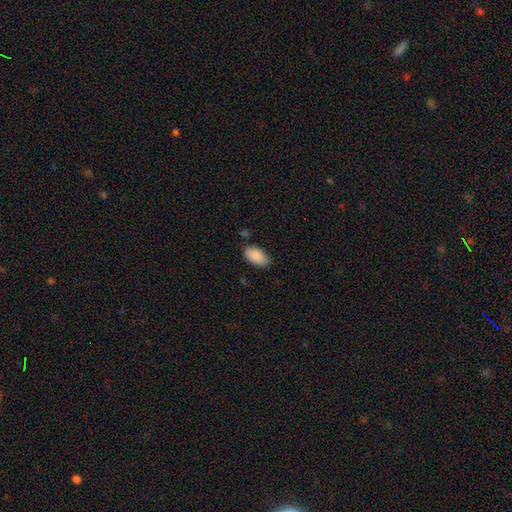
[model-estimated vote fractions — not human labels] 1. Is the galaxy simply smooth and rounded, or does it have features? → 89% smooth, 7% star or artifact, 4% featured or disk.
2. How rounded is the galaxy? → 95% in between, 3% round, 2% cigar-shaped.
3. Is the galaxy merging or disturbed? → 73% none, 21% minor disturbance, 3% major disturbance, 3% merger.